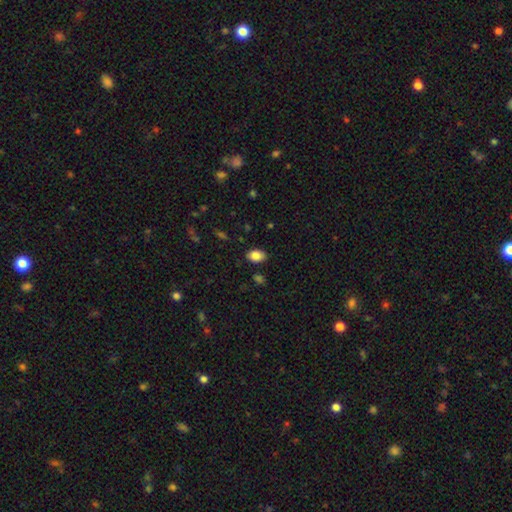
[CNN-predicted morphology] A smooth galaxy with no disk features (85%) that is in between round and cigar-shaped (87%). Merging: none (86%).